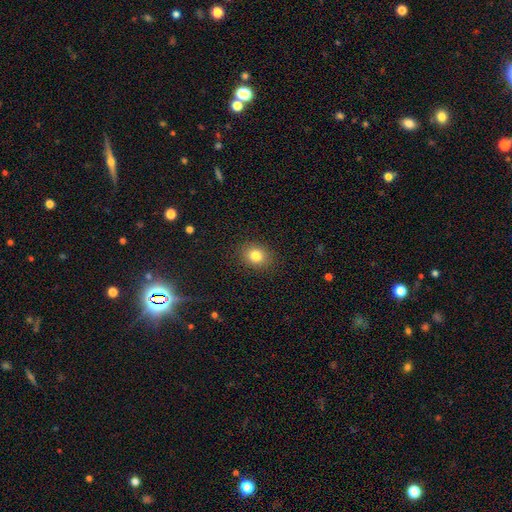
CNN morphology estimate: The model was most divided on "how rounded": round: 60%, in between: 39%, cigar-shaped: 1%. More confident: merging — none (88%); smooth or featured — smooth (81%).